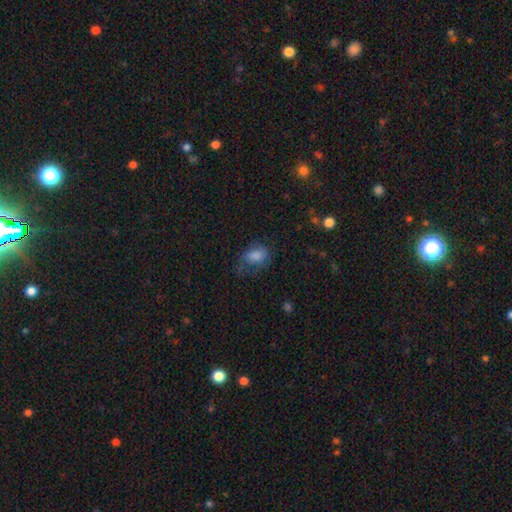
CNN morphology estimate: Overall: smooth (72%). How rounded: in between (83%). Merging: none (46%; minor disturbance 28%).